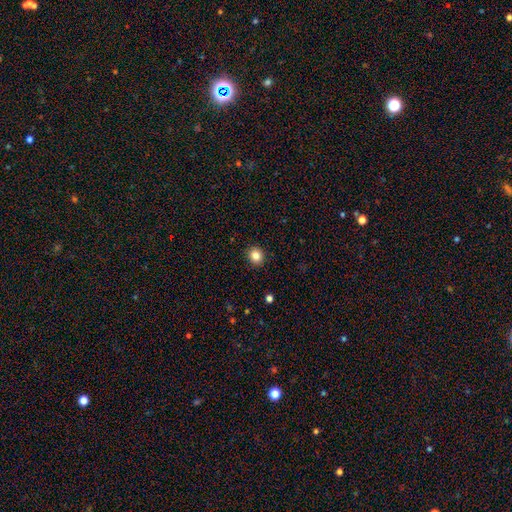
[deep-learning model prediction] smooth_or_featured: smooth (p=0.84) [alt: star or artifact p=0.11]
how_rounded: round (p=0.79) [alt: in between p=0.20]
merging: none (p=0.92) [alt: minor disturbance p=0.05]